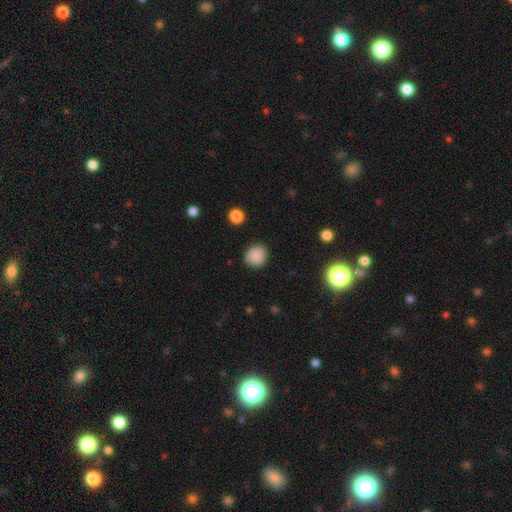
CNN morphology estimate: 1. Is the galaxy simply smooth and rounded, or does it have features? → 86% smooth, 10% star or artifact, 5% featured or disk.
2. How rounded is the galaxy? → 86% round, 13% in between, 1% cigar-shaped.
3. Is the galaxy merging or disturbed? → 85% none, 11% minor disturbance, 3% major disturbance, 1% merger.